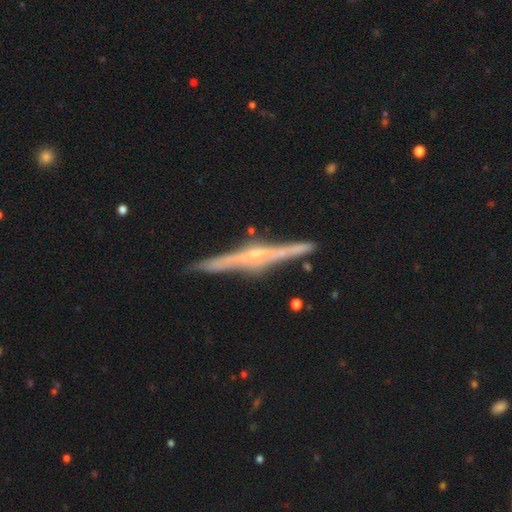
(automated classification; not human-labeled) Smooth or featured?
  - featured or disk: 83% *
  - smooth: 10%
  - star or artifact: 6%
Edge-on disk?
  - yes: 98% *
  - no: 2%
Edge-on bulge?
  - rounded: 55% *
  - none: 26%
  - boxy: 19%
Merging?
  - none: 88% *
  - minor disturbance: 9%
  - merger: 2%
  - major disturbance: 2%